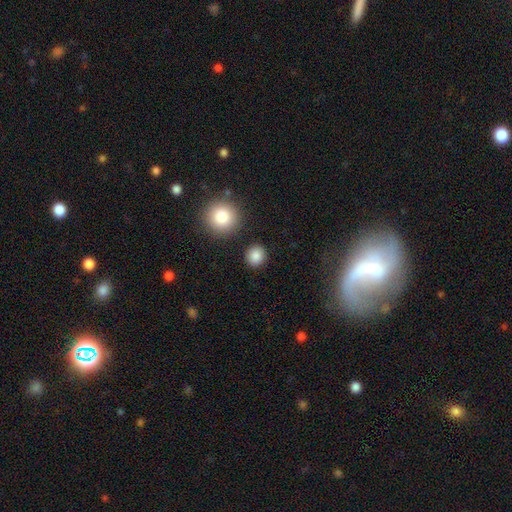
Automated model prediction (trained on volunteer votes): This is clearly a smooth galaxy (86%). How rounded: clearly round (88%). Merging: clearly none (88%).